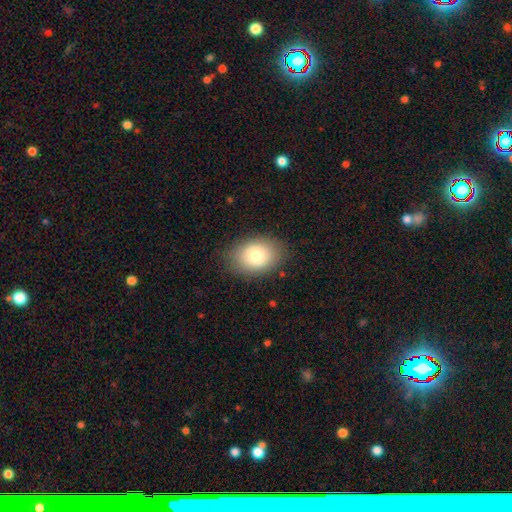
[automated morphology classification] A smooth galaxy with no disk features (79%) that is in between round and cigar-shaped (77%). Merging: none (83%).